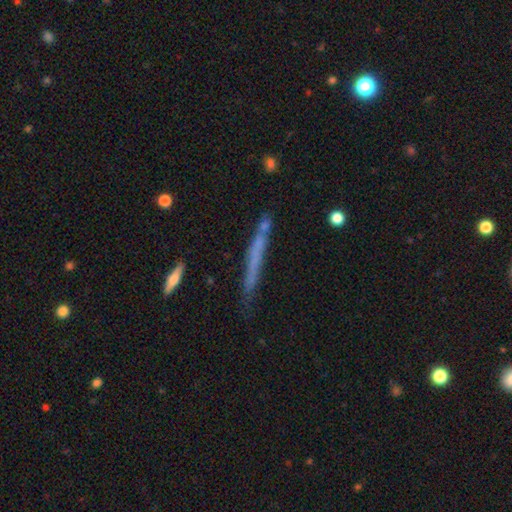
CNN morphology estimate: This appears to be a smooth galaxy with no disk features (49%). Merging: none (73%).